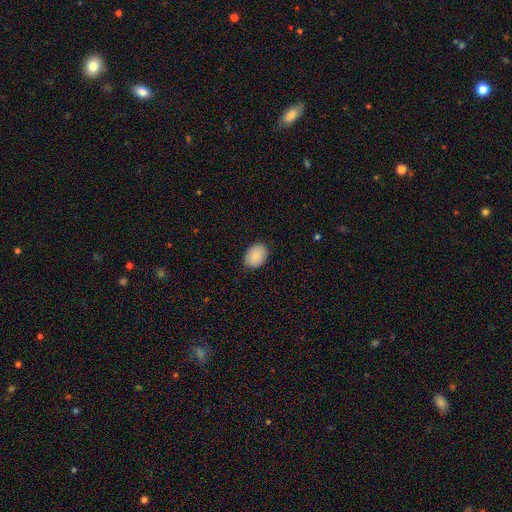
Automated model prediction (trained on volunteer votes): The model was most divided on "how rounded": in between: 68%, round: 31%, cigar-shaped: 1%. More confident: merging — none (86%); smooth or featured — smooth (83%).